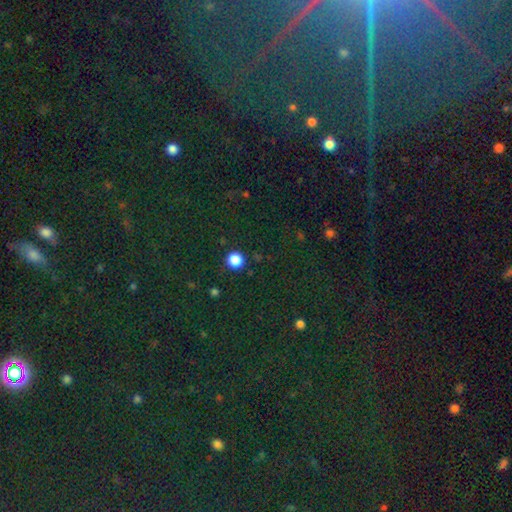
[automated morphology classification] This appears to be a star or artifact, not a galaxy (79%).